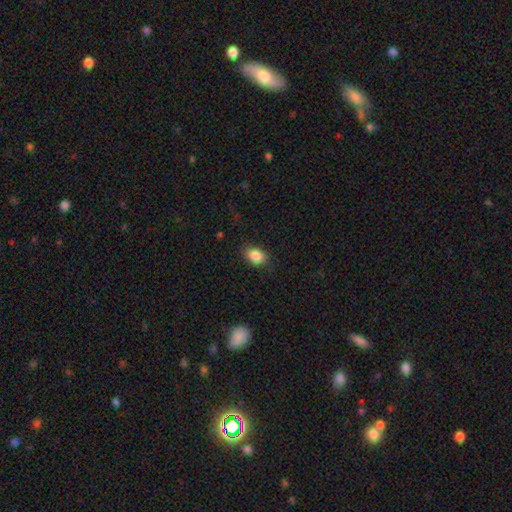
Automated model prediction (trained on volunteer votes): A smooth galaxy with no disk features (86%) that is in between round and cigar-shaped (80%). Merging: none (84%).